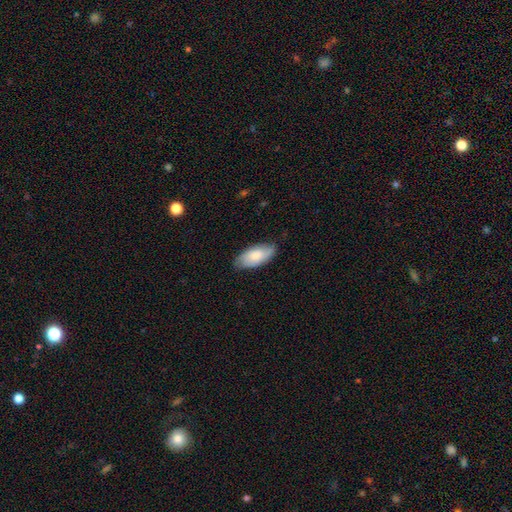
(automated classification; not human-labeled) Smooth or featured? Predicted: smooth (p=0.67). How rounded? Predicted: in between (p=0.91). Merging? Predicted: none (p=0.76).